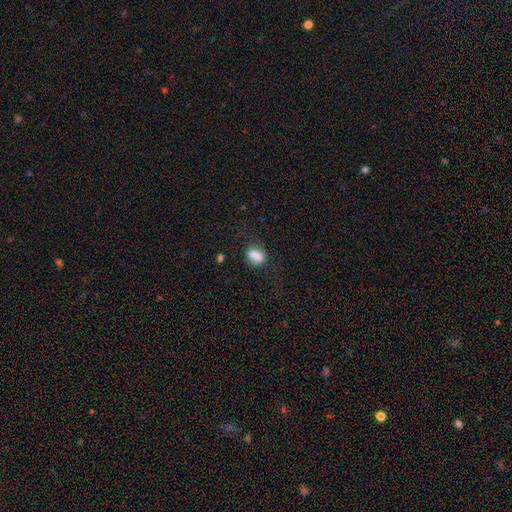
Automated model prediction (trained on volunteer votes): Smooth or featured? smooth (76%)
How rounded? in between (61%)
Merging? none (58%)